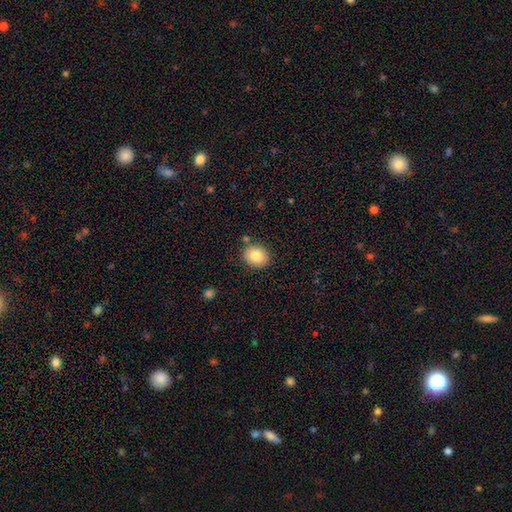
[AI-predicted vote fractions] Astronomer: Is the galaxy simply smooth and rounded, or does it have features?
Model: smooth — 82%.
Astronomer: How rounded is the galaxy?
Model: round — 64%.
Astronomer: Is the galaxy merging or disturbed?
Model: none — 85%.